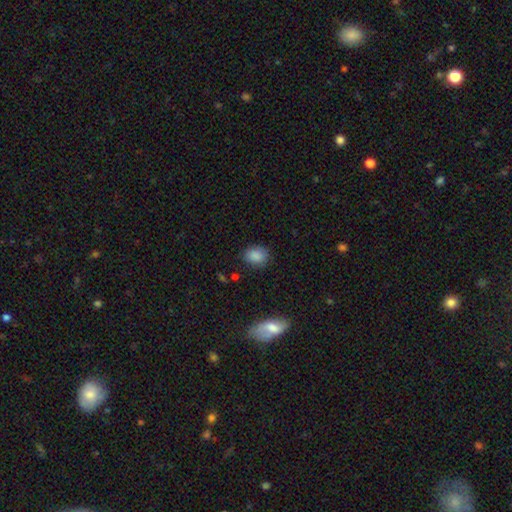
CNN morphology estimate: smooth 87%, star or artifact 9%, featured or disk 4%. Down the decision tree: how rounded — in between (65%); merging — none (82%).